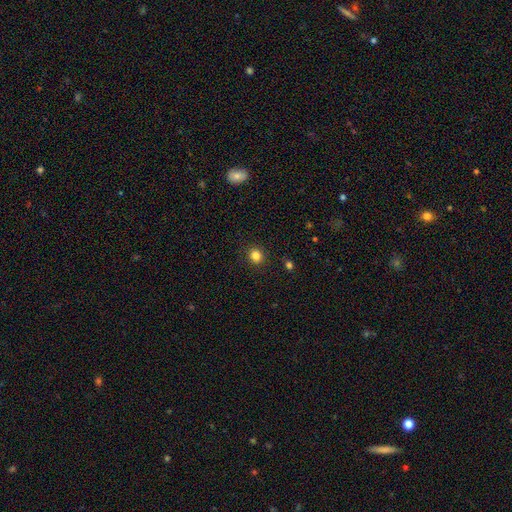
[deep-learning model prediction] smooth-or-featured: smooth: 84% | star or artifact: 12% | featured or disk: 4%
  how-rounded: round: 82% | in between: 17% | cigar-shaped: 1%
  merging: none: 91% | minor disturbance: 6% | major disturbance: 2% | merger: 1%